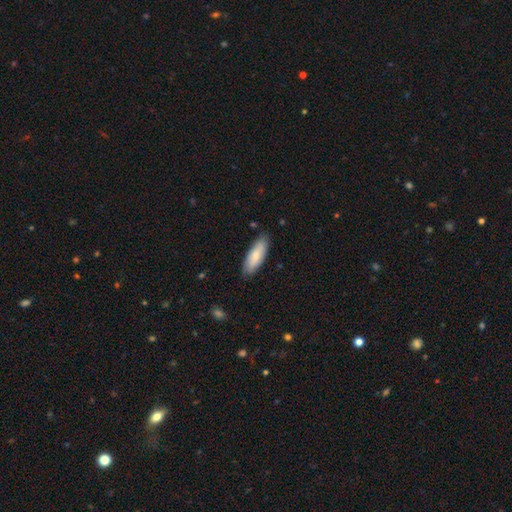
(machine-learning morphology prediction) Q: Smooth or featured?
A: smooth (78%); runner-up: featured or disk (17%)
Q: How rounded?
A: in between (65%); runner-up: cigar-shaped (33%)
Q: Merging?
A: none (82%); runner-up: minor disturbance (14%)